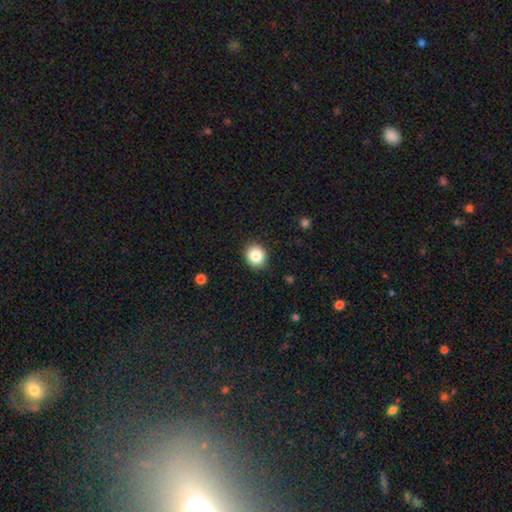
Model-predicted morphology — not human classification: Q: Smooth or featured?
A: smooth (86%); runner-up: star or artifact (9%)
Q: How rounded?
A: round (80%); runner-up: in between (19%)
Q: Merging?
A: none (89%); runner-up: minor disturbance (8%)